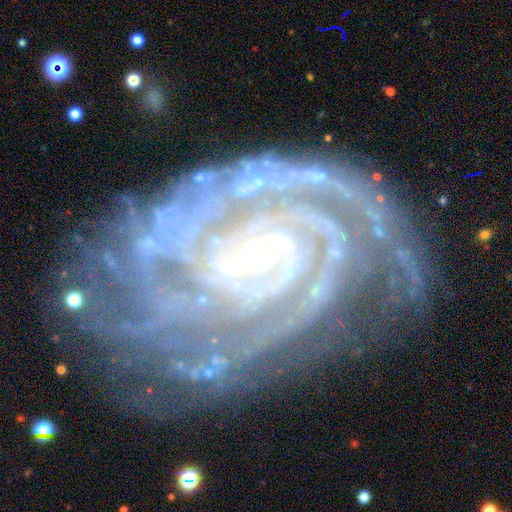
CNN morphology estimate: The model was most divided on "spiral arm count" (2-way tie): 3: 21%, 4: 21%, 2: 20%, can't tell: 17%, more than 4: 14%, 1: 8%. Remaining: spiral arms — yes (99%); edge-on disk — no (97%); smooth or featured — featured or disk (92%); spiral winding — tight (84%); bulge size — small (75%); merging — none (71%); bar — no (48%).